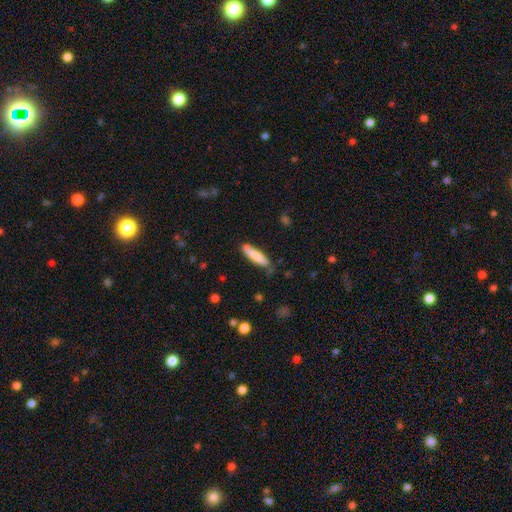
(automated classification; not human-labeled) This is likely a smooth galaxy (77%). How rounded: likely cigar-shaped (79%). Merging: likely none (73%).